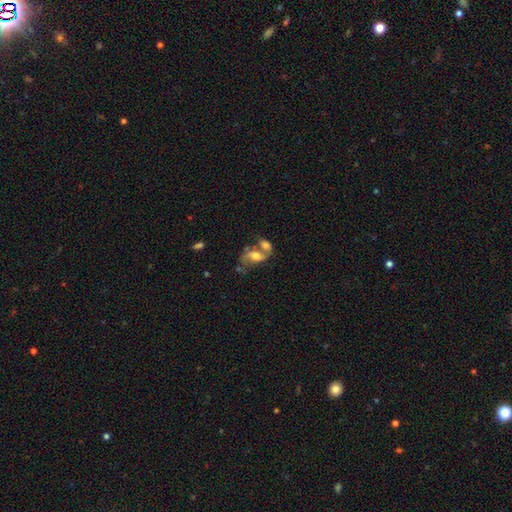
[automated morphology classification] featured or disk 53%, smooth 38%, star or artifact 9%. Down the decision tree: edge-on disk — no (93%); merging — merger (52%).